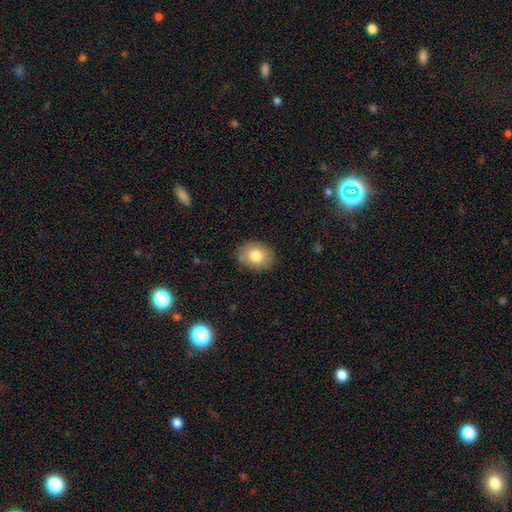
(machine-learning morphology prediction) Smooth or featured?
  - smooth: 81% *
  - featured or disk: 11%
  - star or artifact: 8%
How rounded?
  - in between: 60% *
  - round: 39%
  - cigar-shaped: 1%
Merging?
  - none: 85% *
  - minor disturbance: 12%
  - major disturbance: 3%
  - merger: 1%